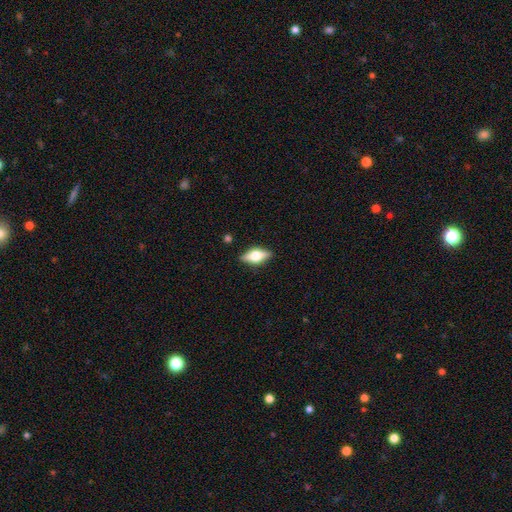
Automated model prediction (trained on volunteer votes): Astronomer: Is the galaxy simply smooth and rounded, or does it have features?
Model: featured or disk — 52% (runner-up: smooth, 41%).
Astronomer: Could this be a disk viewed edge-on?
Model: yes — 90%.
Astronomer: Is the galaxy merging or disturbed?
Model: none — 86%.